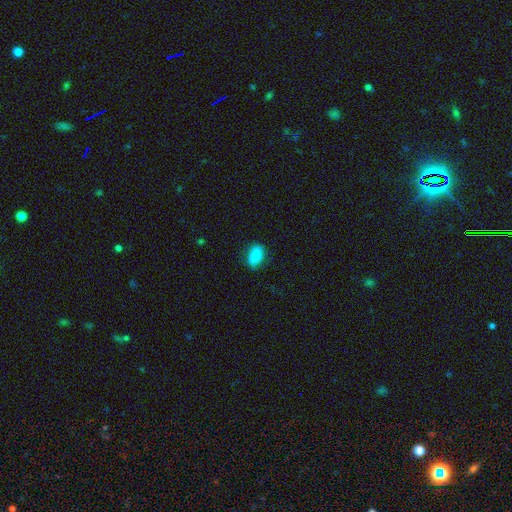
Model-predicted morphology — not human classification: Smooth or featured?
  - smooth: 78% *
  - featured or disk: 14%
  - star or artifact: 8%
How rounded?
  - in between: 85% *
  - round: 12%
  - cigar-shaped: 3%
Merging?
  - none: 80% *
  - minor disturbance: 15%
  - major disturbance: 3%
  - merger: 1%